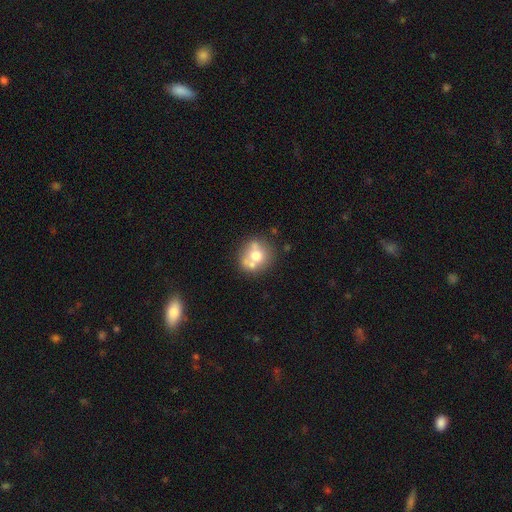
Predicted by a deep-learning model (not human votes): smooth-or-featured: smooth: 57% | featured or disk: 32% | star or artifact: 11%
  how-rounded: round: 80% | in between: 19% | cigar-shaped: 1%
  merging: none: 49% | merger: 33% | minor disturbance: 13% | major disturbance: 6%